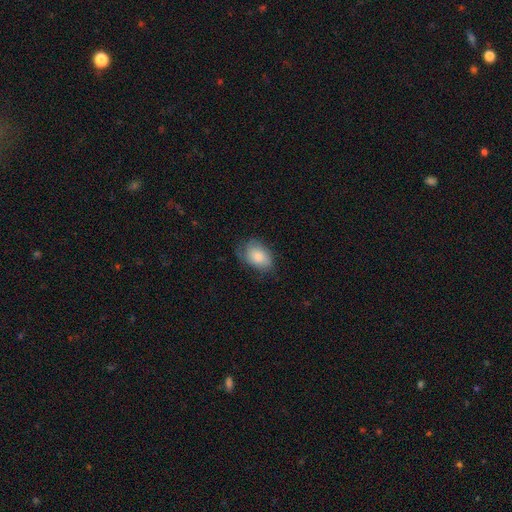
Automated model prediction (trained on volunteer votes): Q: Smooth or featured?
A: smooth (75%); runner-up: featured or disk (18%)
Q: How rounded?
A: in between (81%); runner-up: round (18%)
Q: Merging?
A: none (60%); runner-up: minor disturbance (29%)